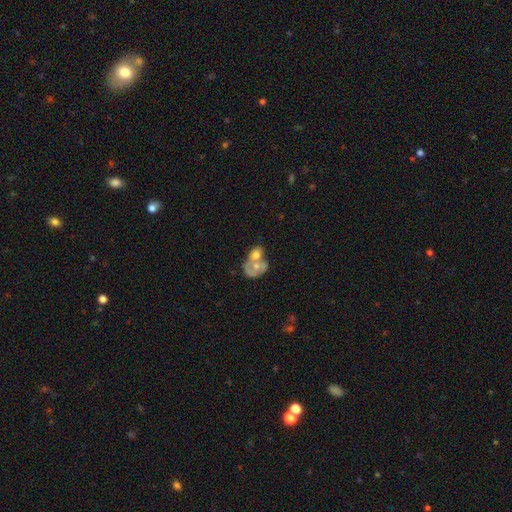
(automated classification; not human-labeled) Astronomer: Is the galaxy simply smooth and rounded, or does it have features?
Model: featured or disk — 47% (runner-up: smooth, 46%).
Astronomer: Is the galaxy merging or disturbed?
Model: merger — 73%.